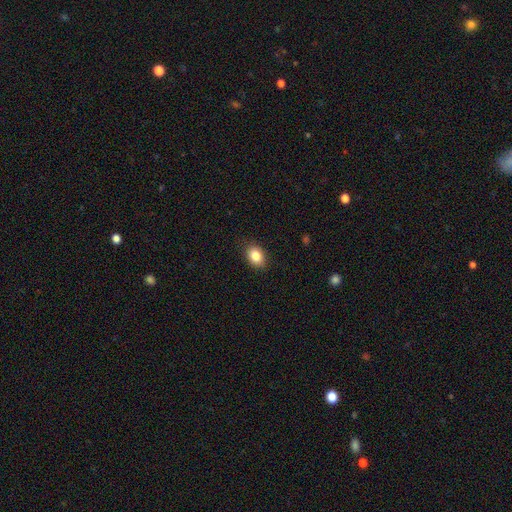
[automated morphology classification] Overall: smooth (85%). How rounded: in between (74%). Merging: none (87%).